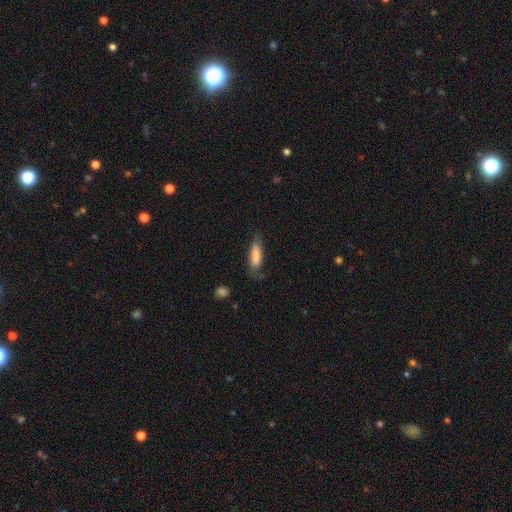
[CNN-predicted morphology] Smooth or featured: smooth — 78% (featured or disk — 15%)
How rounded: in between — 57% (cigar-shaped — 41%)
Merging: none — 59% (minor disturbance — 28%)